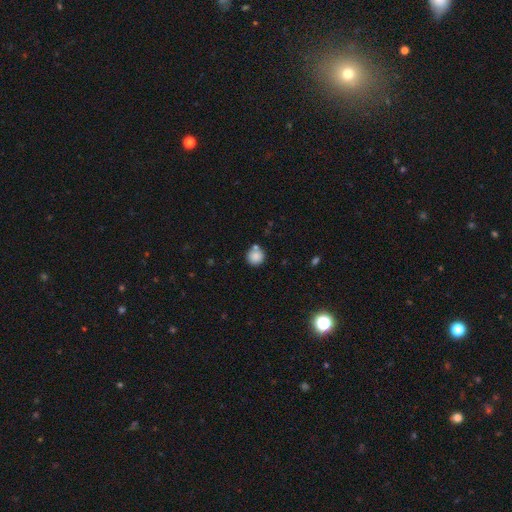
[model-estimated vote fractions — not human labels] Q: Smooth or featured?
A: smooth (85%); runner-up: star or artifact (9%)
Q: How rounded?
A: round (93%); runner-up: in between (6%)
Q: Merging?
A: none (72%); runner-up: merger (14%)